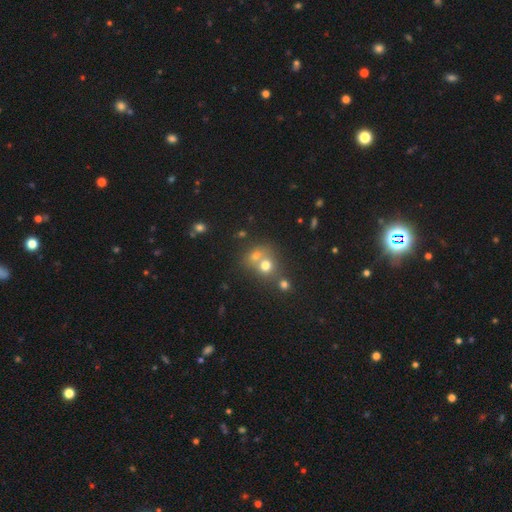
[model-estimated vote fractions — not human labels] smooth 64%, star or artifact 18%, featured or disk 18%. Down the decision tree: how rounded — round (73%); merging — merger (54%).